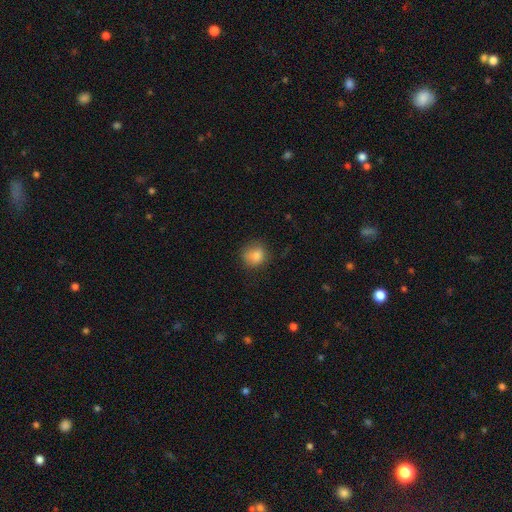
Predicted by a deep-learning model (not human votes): Smooth or featured? smooth (83%)
How rounded? round (75%)
Merging? none (73%)